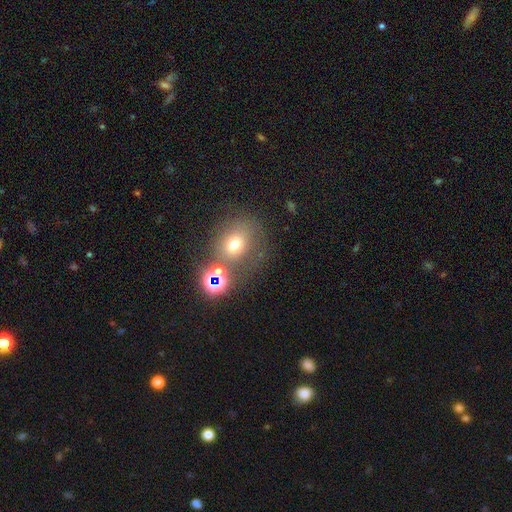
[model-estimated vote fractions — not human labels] Smooth or featured?
  - smooth: 51% *
  - star or artifact: 30%
  - featured or disk: 18%
How rounded?
  - round: 65% *
  - in between: 34%
  - cigar-shaped: 1%
Merging?
  - none: 57% *
  - merger: 25%
  - minor disturbance: 12%
  - major disturbance: 7%